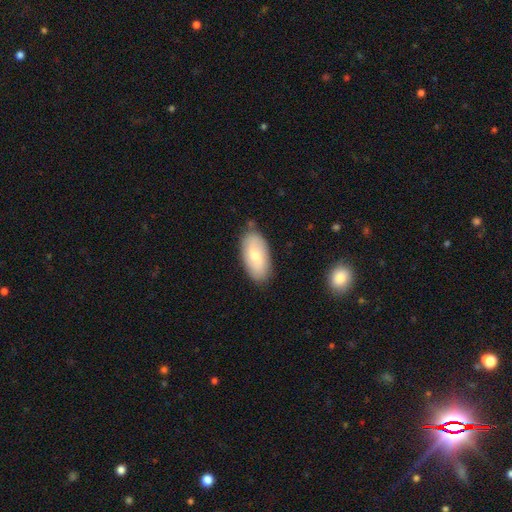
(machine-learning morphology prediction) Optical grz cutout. It shows a smooth galaxy with no disk features (64%) that is in between round and cigar-shaped (93%). Merging: none (81%).